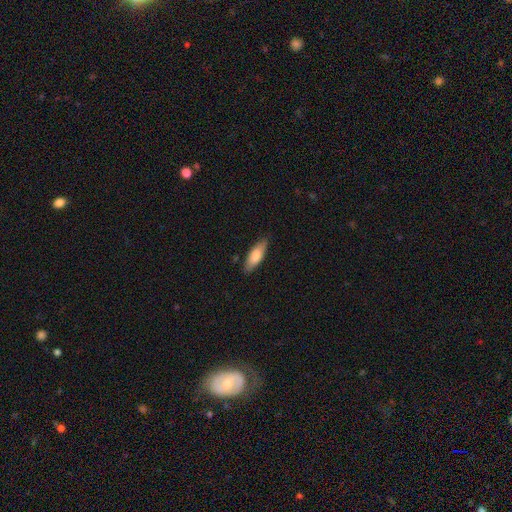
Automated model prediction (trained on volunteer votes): smooth-or-featured: smooth: 78% | featured or disk: 16% | star or artifact: 6%
  how-rounded: in between: 65% | cigar-shaped: 34% | round: 2%
  merging: none: 82% | minor disturbance: 14% | major disturbance: 2% | merger: 1%